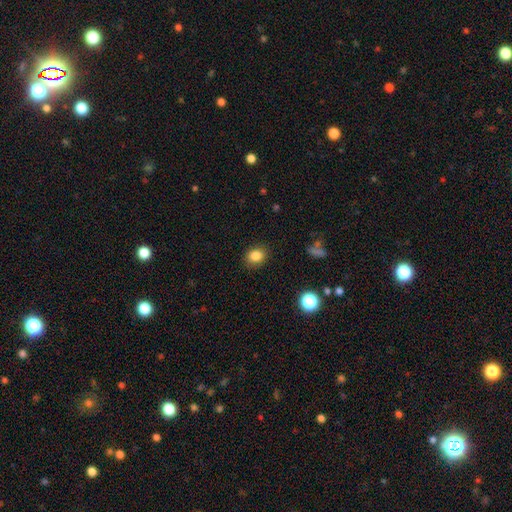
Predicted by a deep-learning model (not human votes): Overall: smooth (84%). How rounded: round (50%; in between 49%). Merging: none (87%).